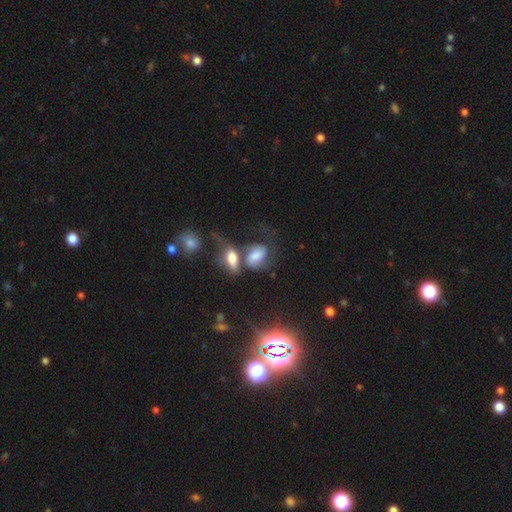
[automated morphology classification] The model was most divided on "smooth or featured": smooth: 49%, featured or disk: 40%, star or artifact: 12%. More confident: merging — merger (53%).